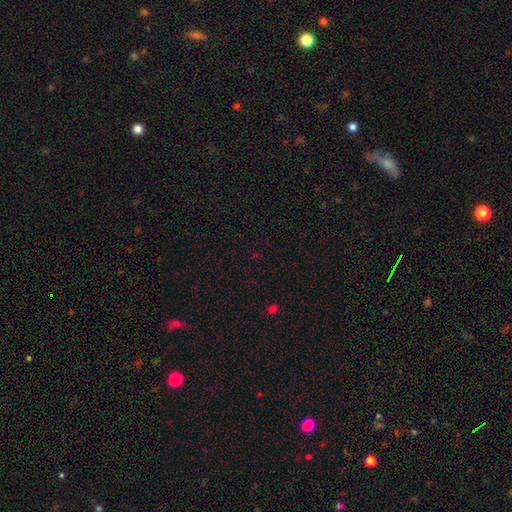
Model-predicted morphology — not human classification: star or artifact 68%, smooth 25%, featured or disk 7%.